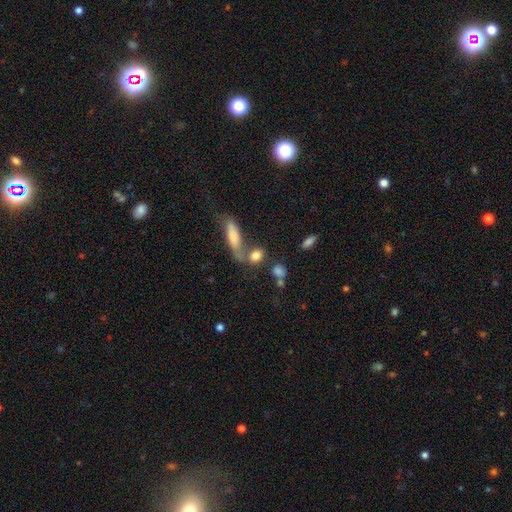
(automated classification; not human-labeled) Smooth or featured?
  - smooth: 78% *
  - star or artifact: 11%
  - featured or disk: 11%
How rounded?
  - in between: 48% *
  - round: 40%
  - cigar-shaped: 11%
Merging?
  - none: 45% *
  - merger: 36%
  - minor disturbance: 12%
  - major disturbance: 8%